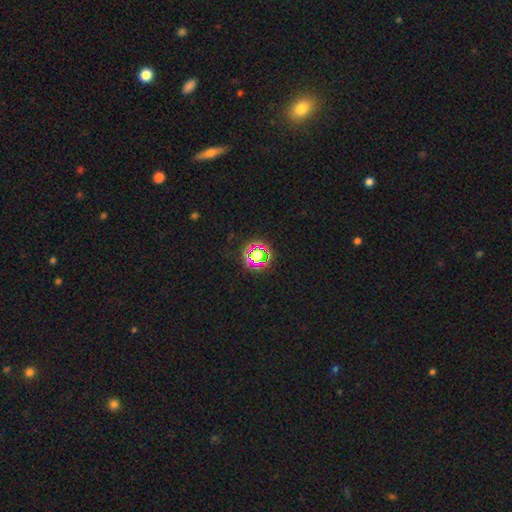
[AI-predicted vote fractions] star or artifact 58%, smooth 30%, featured or disk 12%.